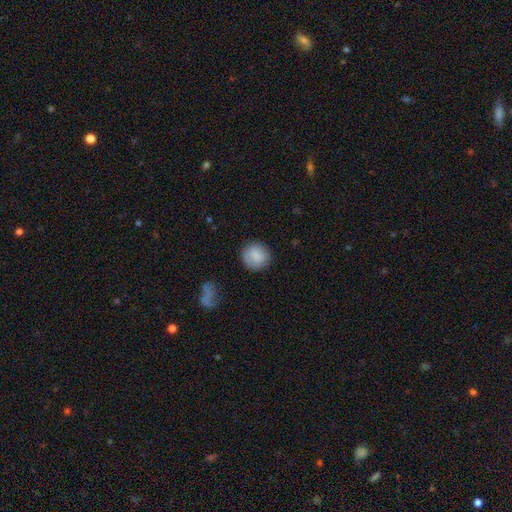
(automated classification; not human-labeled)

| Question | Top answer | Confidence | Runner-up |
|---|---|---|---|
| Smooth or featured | smooth | 84% | featured or disk (8%) |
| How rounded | round | 86% | in between (13%) |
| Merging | none | 83% | minor disturbance (12%) |